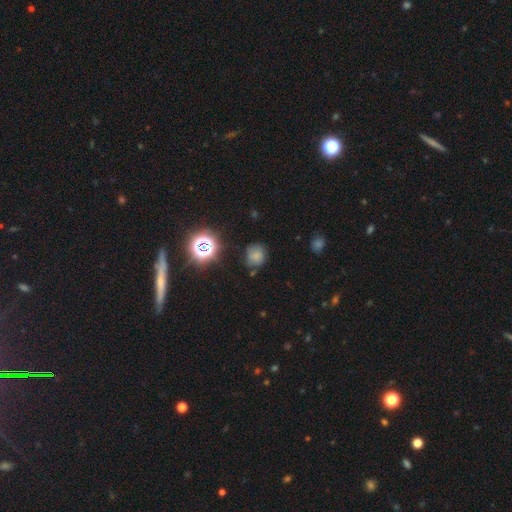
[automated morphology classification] smooth-or-featured: smooth: 63% | star or artifact: 22% | featured or disk: 15%
  how-rounded: round: 81% | in between: 18% | cigar-shaped: 1%
  merging: none: 65% | minor disturbance: 23% | major disturbance: 7% | merger: 4%